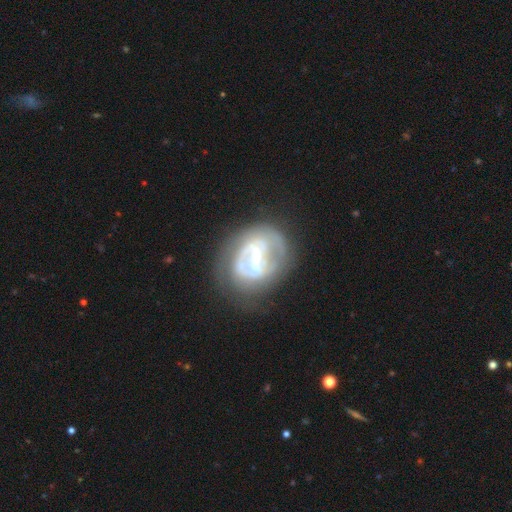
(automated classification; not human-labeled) This is likely a featured or disk galaxy (78%). It is clearly not viewed edge-on (97%). Bar: marginally no (39%). Spiral arm pattern: possibly yes (60%). Central bulge: possibly moderate (54%). Merging: possibly none (50%).